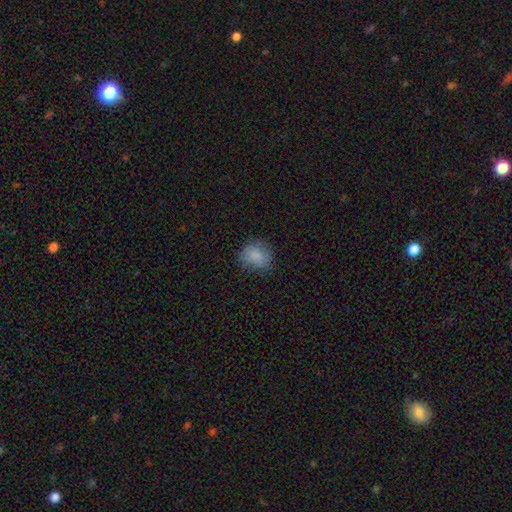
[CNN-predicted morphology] smooth 80%, featured or disk 11%, star or artifact 9%. Down the decision tree: how rounded — round (68%); merging — none (72%).